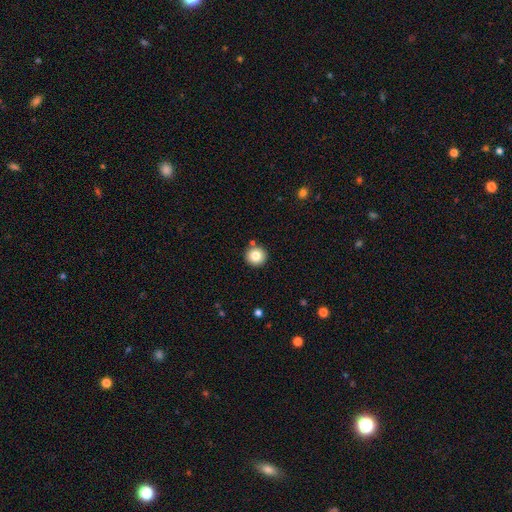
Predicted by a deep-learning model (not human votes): Q: Smooth or featured?
A: smooth (82%); runner-up: star or artifact (10%)
Q: How rounded?
A: round (95%); runner-up: in between (4%)
Q: Merging?
A: none (87%); runner-up: minor disturbance (6%)